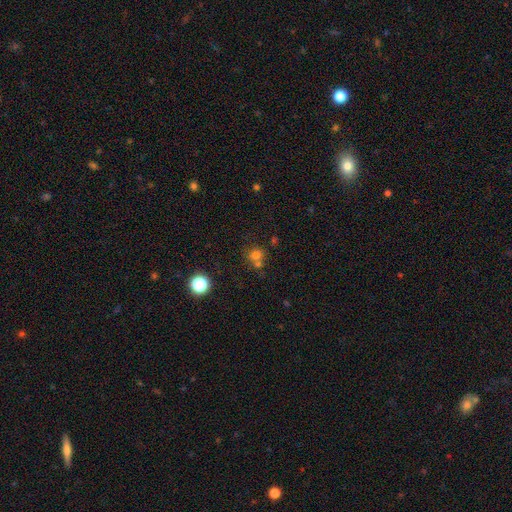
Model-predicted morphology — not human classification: Smooth or featured?
  - smooth: 69% *
  - star or artifact: 21%
  - featured or disk: 10%
How rounded?
  - round: 81% *
  - in between: 18%
  - cigar-shaped: 1%
Merging?
  - none: 52% *
  - merger: 34%
  - minor disturbance: 9%
  - major disturbance: 4%